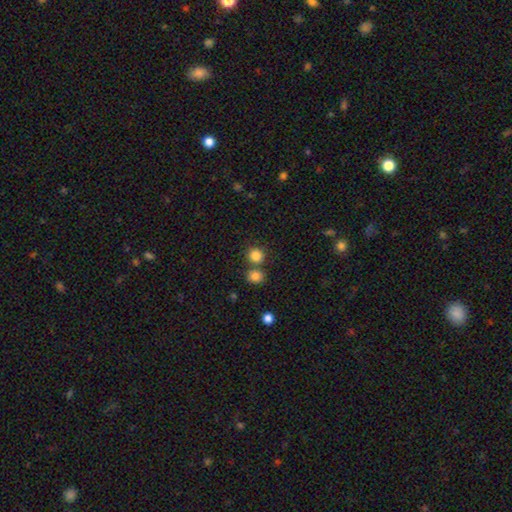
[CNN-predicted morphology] Smooth or featured? smooth (84%)
How rounded? round (89%)
Merging? none (67%)